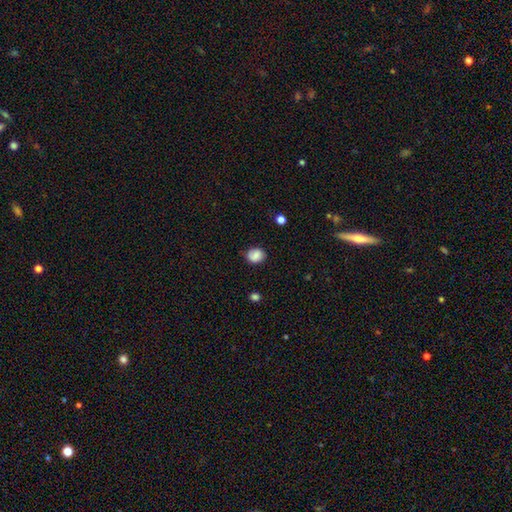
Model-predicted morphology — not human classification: Smooth or featured?
  - smooth: 81% *
  - featured or disk: 10%
  - star or artifact: 9%
How rounded?
  - round: 66% *
  - in between: 33%
  - cigar-shaped: 1%
Merging?
  - none: 79% *
  - minor disturbance: 16%
  - major disturbance: 3%
  - merger: 2%